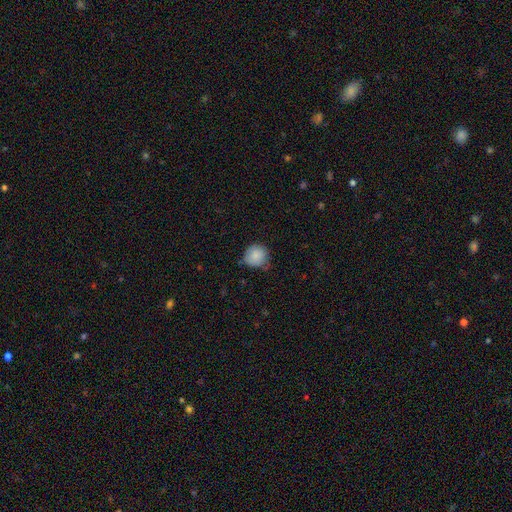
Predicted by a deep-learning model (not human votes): Smooth or featured? smooth (86%)
How rounded? round (88%)
Merging? none (60%)